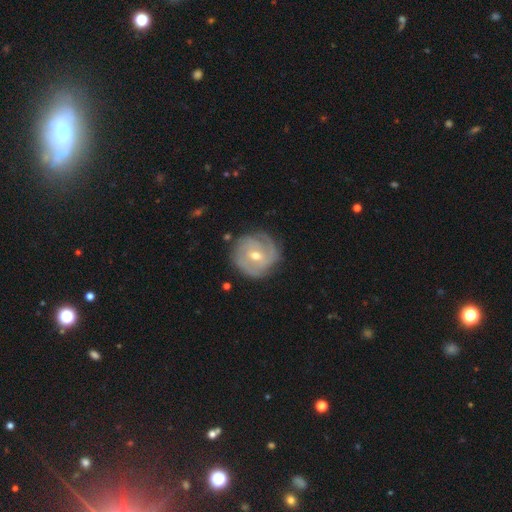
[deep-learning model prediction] This is likely a featured or disk galaxy (76%). It is clearly not viewed edge-on (97%). Bar: possibly no (47%). Spiral arm pattern: clearly yes (88%). Spiral arm count: marginally can't tell (33%). Spiral winding: likely tight (68%). Central bulge: likely moderate (62%). Merging: likely none (78%).